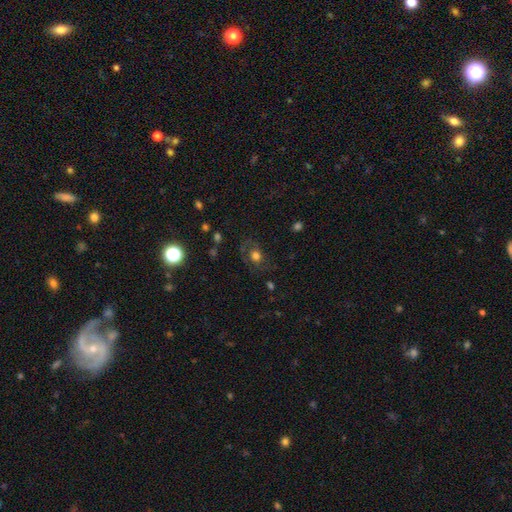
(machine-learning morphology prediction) The model was most divided on "how rounded": round: 57%, in between: 41%, cigar-shaped: 1%. More confident: merging — none (61%); smooth or featured — smooth (57%).